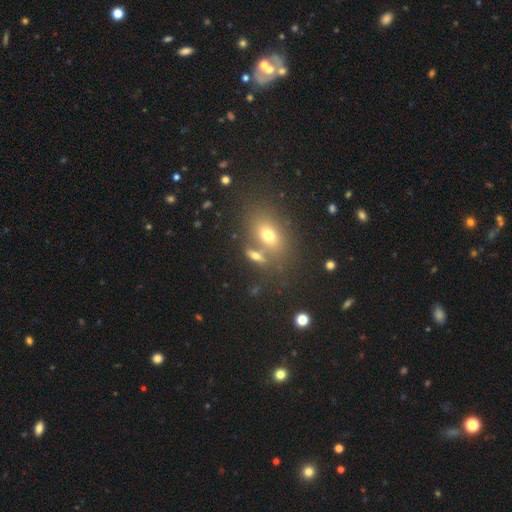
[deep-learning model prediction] smooth-or-featured: smooth: 61% | featured or disk: 24% | star or artifact: 16%
  how-rounded: in between: 65% | round: 19% | cigar-shaped: 16%
  merging: none: 54% | merger: 28% | minor disturbance: 11% | major disturbance: 6%